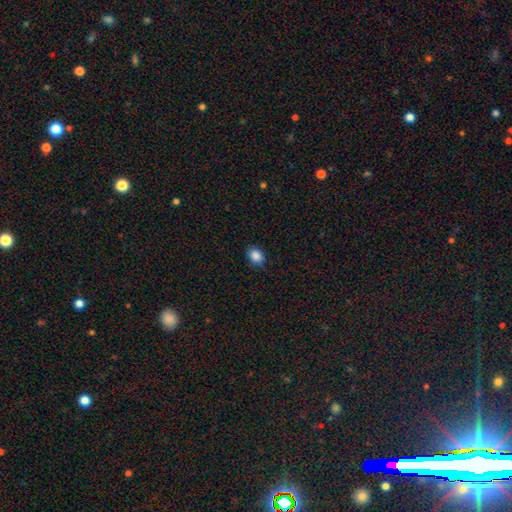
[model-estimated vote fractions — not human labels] Smooth or featured? smooth (87%)
How rounded? in between (53%)
Merging? none (87%)